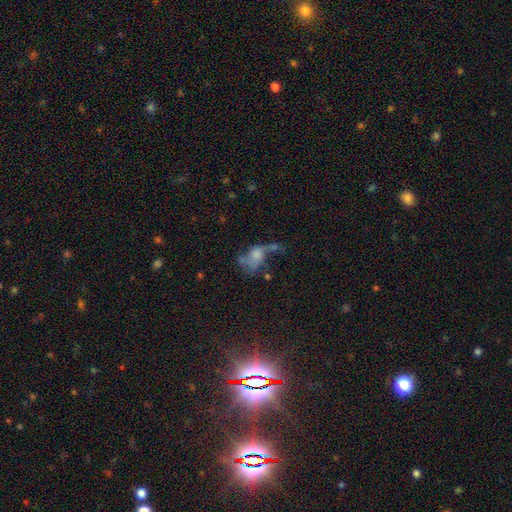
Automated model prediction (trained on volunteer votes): This appears to be a featured or disk galaxy (45%). Merging: major disturbance (45%).